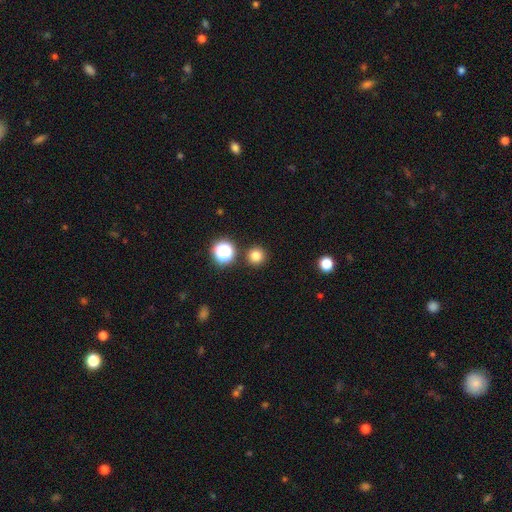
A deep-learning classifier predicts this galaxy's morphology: The model was most divided on "smooth or featured": smooth: 78%, star or artifact: 17%, featured or disk: 5%. More confident: how rounded — round (96%); merging — none (90%).